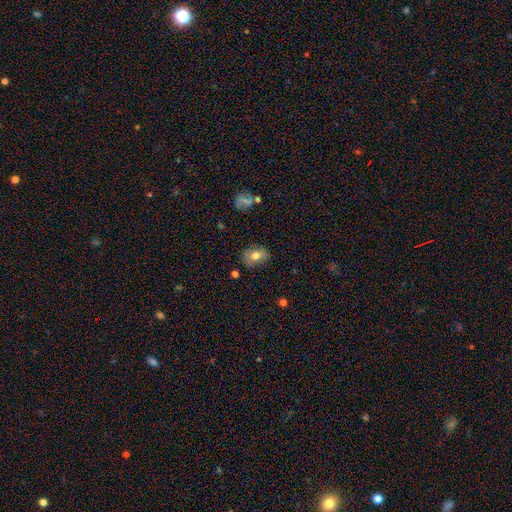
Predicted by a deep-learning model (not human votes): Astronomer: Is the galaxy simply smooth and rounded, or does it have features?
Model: smooth — 70%.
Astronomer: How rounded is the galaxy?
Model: in between — 73%.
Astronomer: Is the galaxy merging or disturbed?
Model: none — 72%.